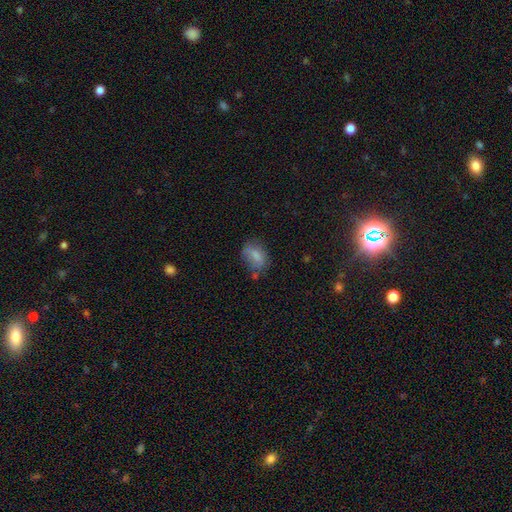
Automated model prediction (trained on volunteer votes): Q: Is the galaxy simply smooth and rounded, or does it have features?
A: smooth — 75%.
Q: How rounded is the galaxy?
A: in between — 80%.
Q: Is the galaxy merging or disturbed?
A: none — 55%.